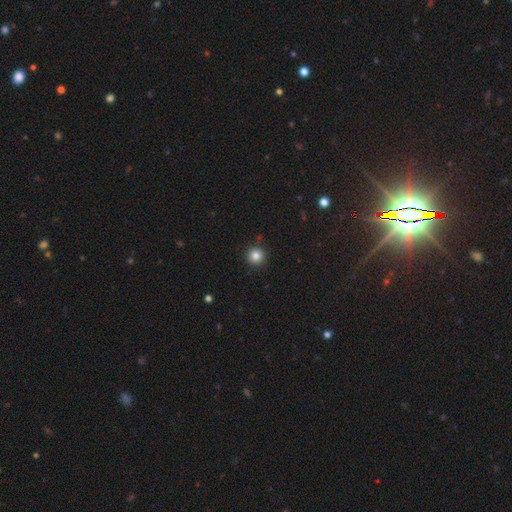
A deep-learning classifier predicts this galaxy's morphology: This appears to be a smooth galaxy with no disk features (83%) that is round (96%). Merging: none (90%).